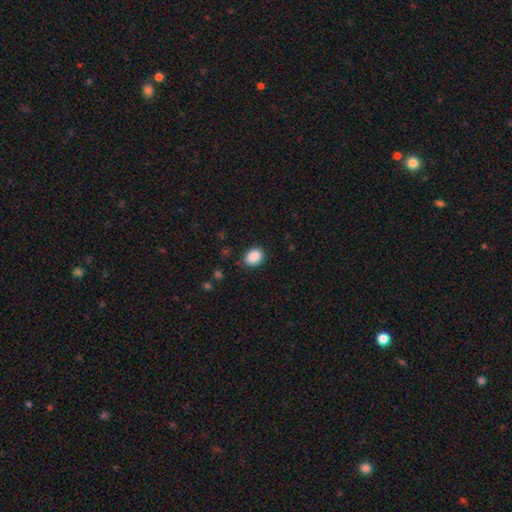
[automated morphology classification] Smooth or featured? smooth (90%)
How rounded? in between (58%)
Merging? none (87%)